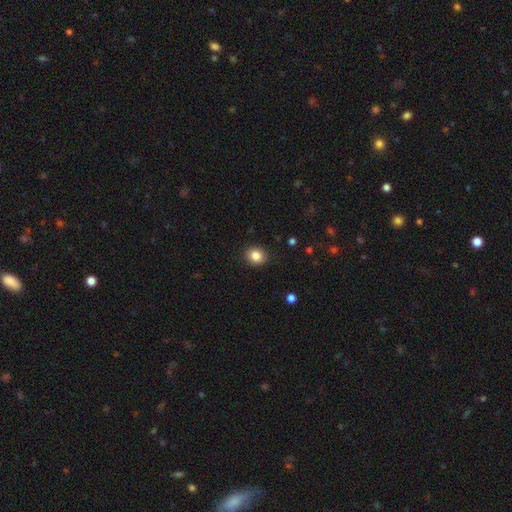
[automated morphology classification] Overall: smooth (85%). How rounded: round (74%). Merging: none (89%).